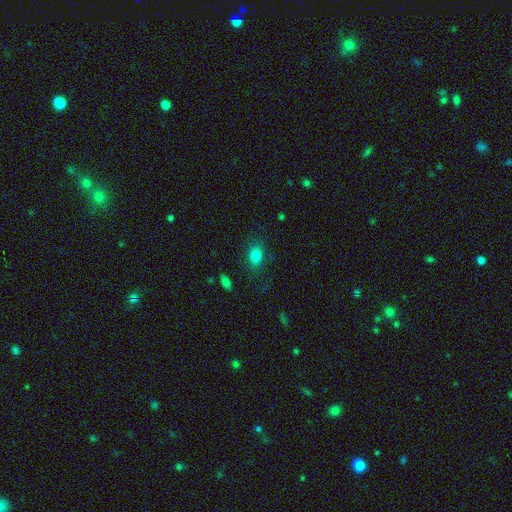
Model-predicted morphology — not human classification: This appears to be a smooth galaxy with no disk features (81%) that is in between round and cigar-shaped (73%). Merging: none (81%).